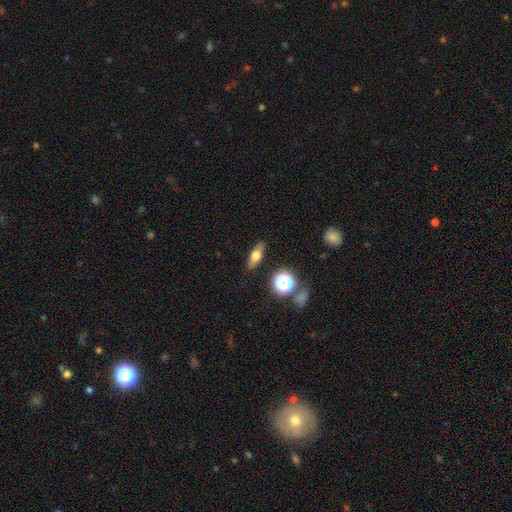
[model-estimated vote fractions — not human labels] Overall: smooth (56%; featured or disk 32%). How rounded: in between (55%; cigar-shaped 33%). Merging: none (86%).